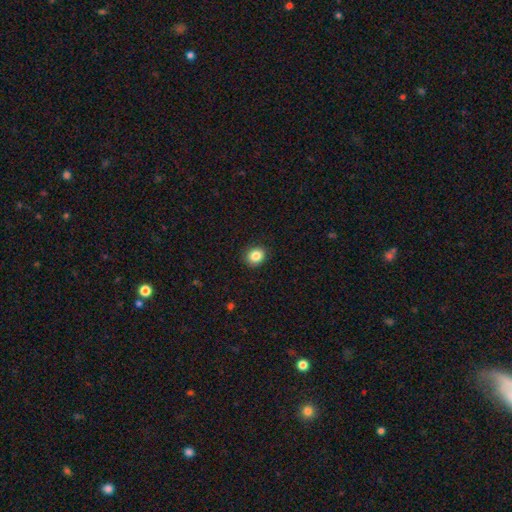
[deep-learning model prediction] Smooth or featured? Predicted: smooth (p=0.85). How rounded? Predicted: round (p=0.74). Merging? Predicted: none (p=0.90).